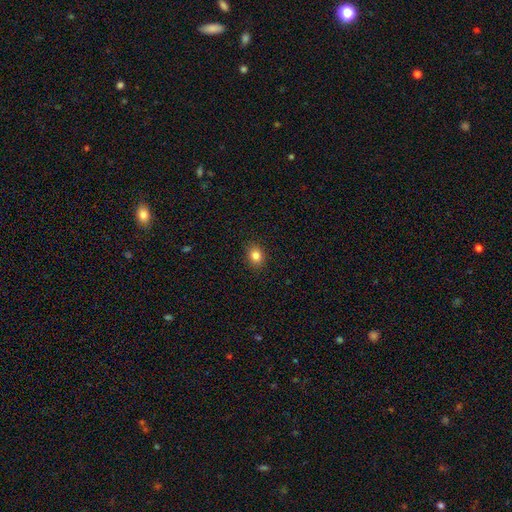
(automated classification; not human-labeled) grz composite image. It shows a smooth galaxy with no disk features (83%) that is round (51%). Merging: none (90%).